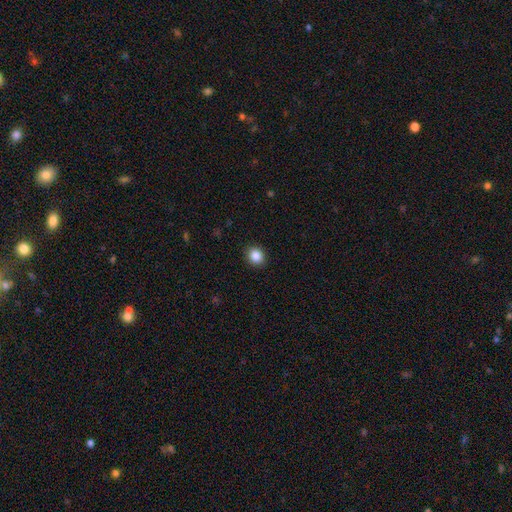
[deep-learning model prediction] smooth_or_featured: smooth (p=0.87) [alt: star or artifact p=0.09]
how_rounded: round (p=0.76) [alt: in between p=0.23]
merging: none (p=0.91) [alt: minor disturbance p=0.06]